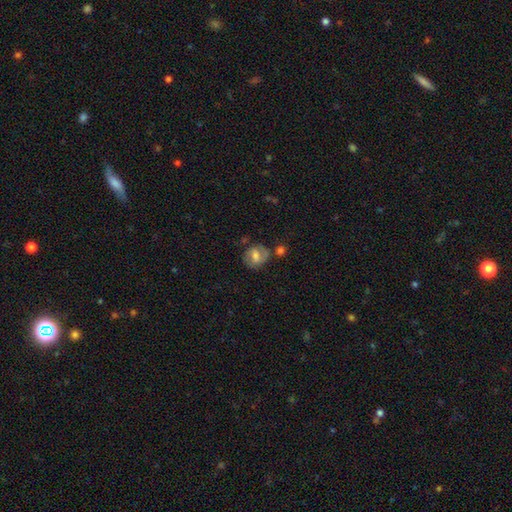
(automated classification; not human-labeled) Morphology: type=smooth (47%); merging=none (64%).